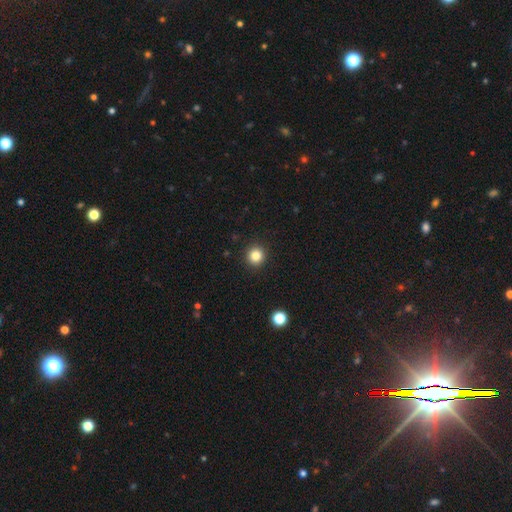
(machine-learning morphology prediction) Smooth or featured: smooth — 83% (star or artifact — 12%)
How rounded: round — 94% (in between — 5%)
Merging: none — 92% (minor disturbance — 5%)